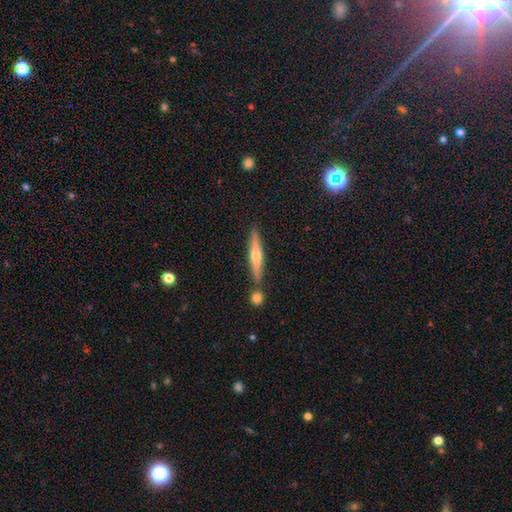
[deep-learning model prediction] This appears to be a featured or disk galaxy (62%) viewed edge-on (96%) with a rounded central bulge (88%). Merging: none (81%).